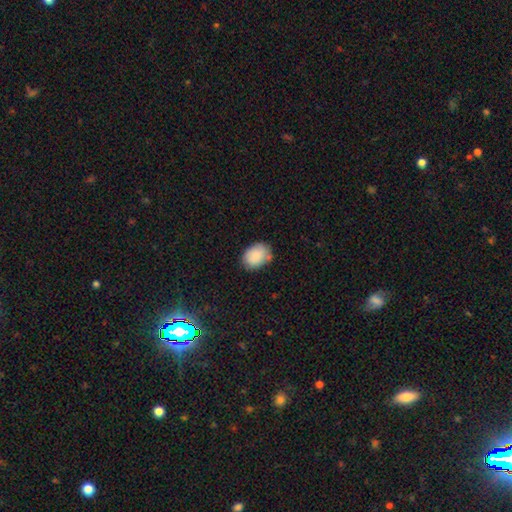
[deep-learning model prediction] Smooth or featured: smooth — 86% (featured or disk — 7%)
How rounded: in between — 74% (round — 25%)
Merging: none — 72% (minor disturbance — 20%)